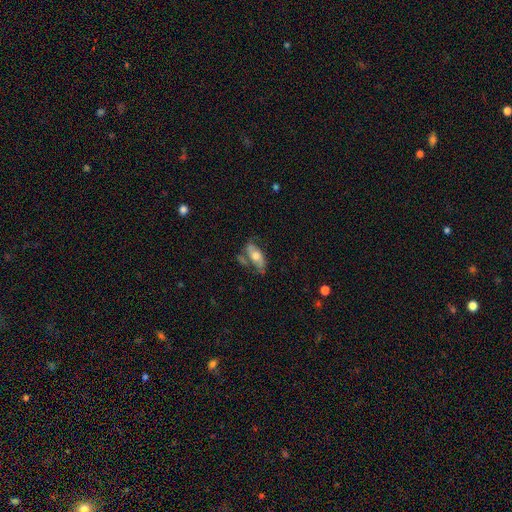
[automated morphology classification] smooth-or-featured: featured or disk: 48% | smooth: 45% | star or artifact: 7%
  merging: none: 49% | minor disturbance: 24% | major disturbance: 14% | merger: 13%